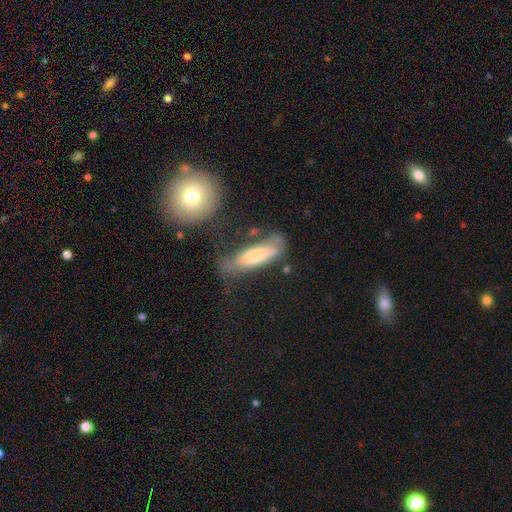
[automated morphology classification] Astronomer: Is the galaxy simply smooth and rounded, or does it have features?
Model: smooth — 61%.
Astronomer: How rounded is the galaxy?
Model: cigar-shaped — 52% (runner-up: in between, 45%).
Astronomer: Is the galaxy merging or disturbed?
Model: none — 39% (runner-up: minor disturbance, 29%).